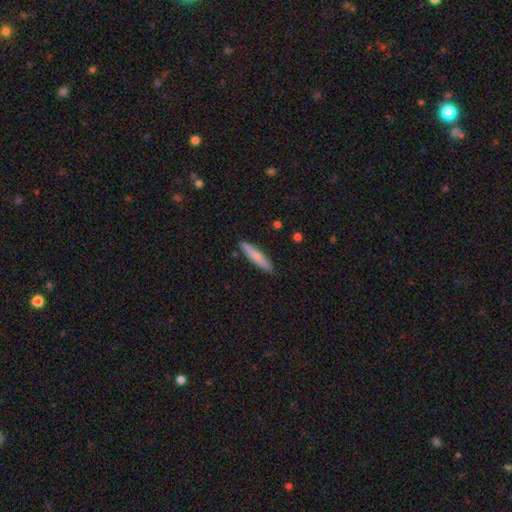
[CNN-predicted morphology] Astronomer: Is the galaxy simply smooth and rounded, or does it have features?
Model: smooth — 75%.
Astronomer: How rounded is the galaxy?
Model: cigar-shaped — 91%.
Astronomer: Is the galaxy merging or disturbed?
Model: none — 88%.